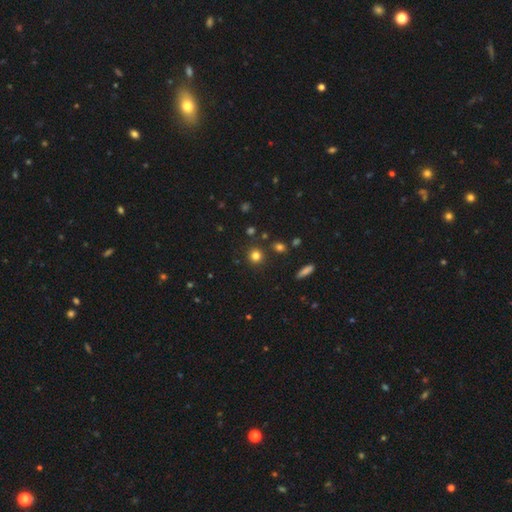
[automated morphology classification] type=smooth (79%); roundness=round (91%); merging=none (87%).